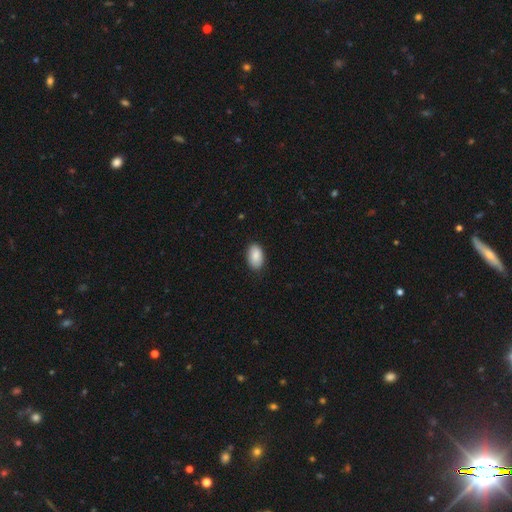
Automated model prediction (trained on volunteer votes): smooth_or_featured: smooth (p=0.88) [alt: star or artifact p=0.06]
how_rounded: in between (p=0.93) [alt: round p=0.06]
merging: none (p=0.85) [alt: minor disturbance p=0.12]